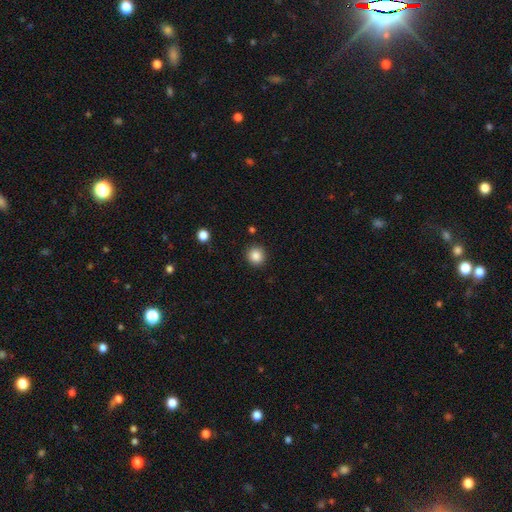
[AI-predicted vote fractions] A smooth galaxy with no disk features (86%) that is round (93%). Merging: none (91%).